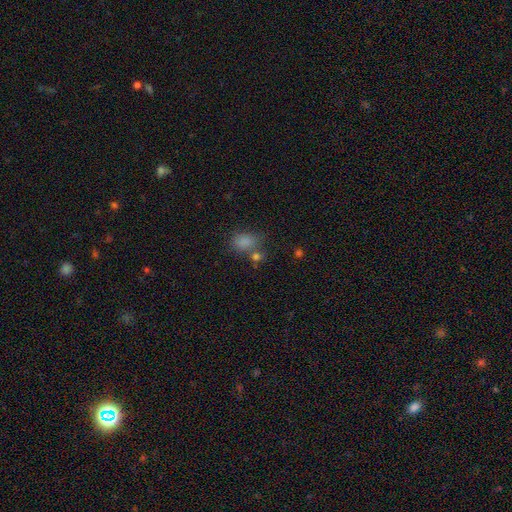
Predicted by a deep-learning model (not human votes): Smooth or featured: smooth — 73% (star or artifact — 20%)
How rounded: in between — 63% (round — 35%)
Merging: none — 59% (merger — 19%)